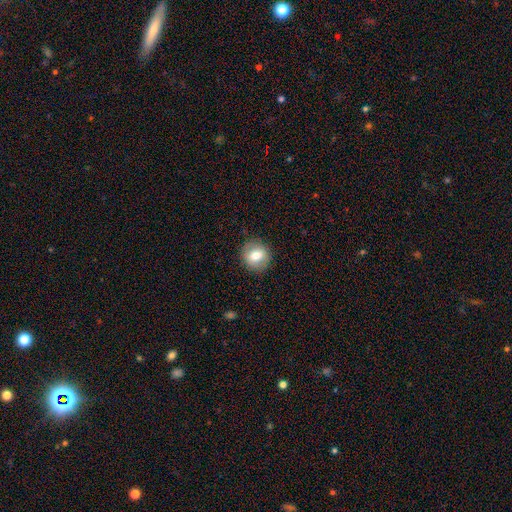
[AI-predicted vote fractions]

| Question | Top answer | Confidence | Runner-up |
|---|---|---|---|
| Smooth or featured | smooth | 70% | featured or disk (21%) |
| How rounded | round | 87% | in between (12%) |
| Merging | none | 89% | minor disturbance (8%) |